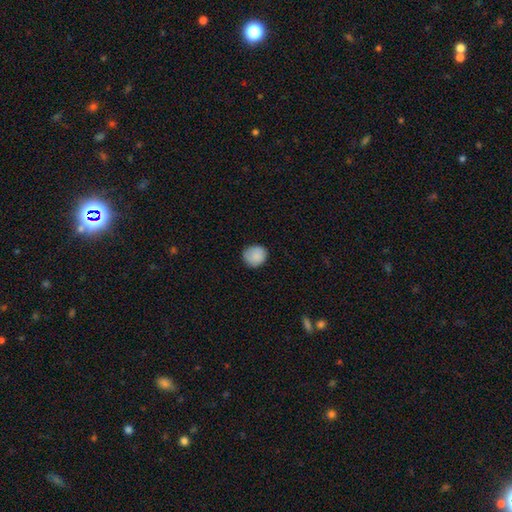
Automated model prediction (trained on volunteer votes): Smooth or featured?
  - smooth: 87% *
  - star or artifact: 7%
  - featured or disk: 5%
How rounded?
  - round: 83% *
  - in between: 16%
  - cigar-shaped: 1%
Merging?
  - none: 81% *
  - minor disturbance: 15%
  - major disturbance: 3%
  - merger: 1%